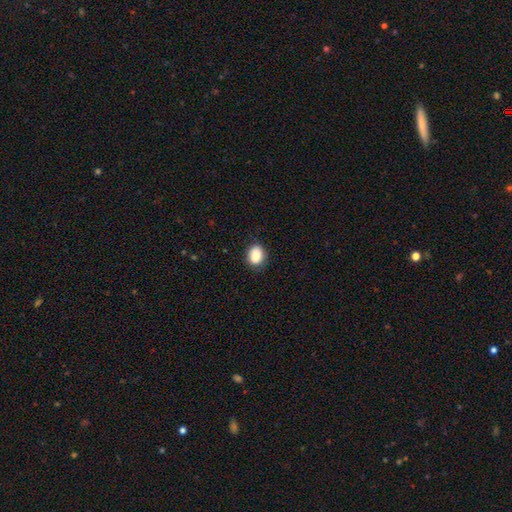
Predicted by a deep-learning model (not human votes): Q: Smooth or featured?
A: smooth (88%); runner-up: star or artifact (8%)
Q: How rounded?
A: in between (60%); runner-up: round (39%)
Q: Merging?
A: none (83%); runner-up: minor disturbance (13%)